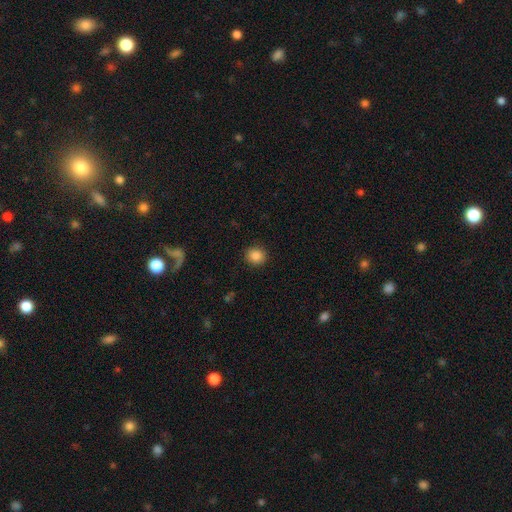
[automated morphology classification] A smooth galaxy with no disk features (86%) that is round (85%).

Vote fractions:
- Smooth or featured? smooth: 86% / star or artifact: 10% / featured or disk: 4%
- How rounded? round: 85% / in between: 14% / cigar-shaped: 1%
- Merging? none: 91% / minor disturbance: 6% / major disturbance: 2% / merger: 1%